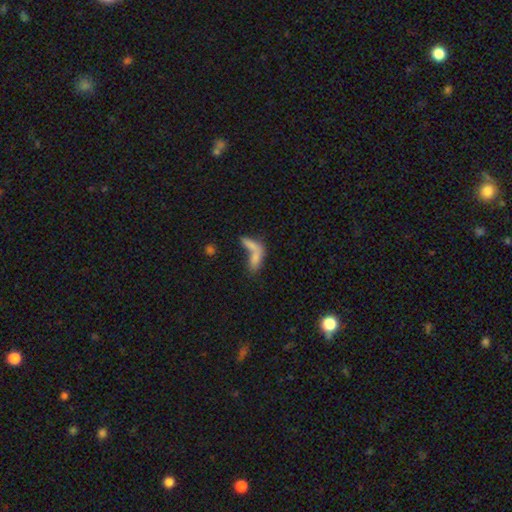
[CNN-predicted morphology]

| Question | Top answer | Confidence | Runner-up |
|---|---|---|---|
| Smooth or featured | smooth | 71% | featured or disk (18%) |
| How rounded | in between | 59% | cigar-shaped (34%) |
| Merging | merger | 56% | none (25%) |